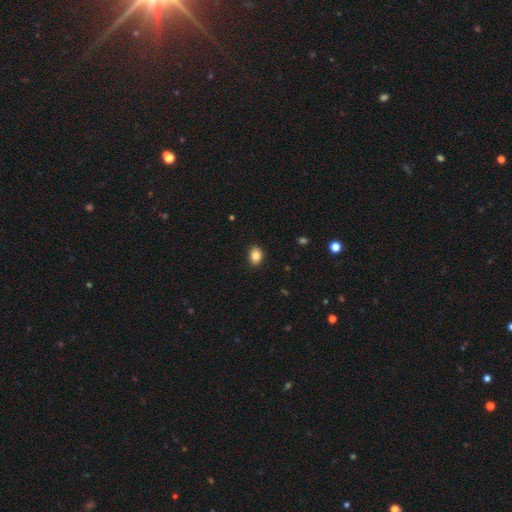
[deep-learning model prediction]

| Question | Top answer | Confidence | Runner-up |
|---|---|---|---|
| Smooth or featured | smooth | 86% | star or artifact (9%) |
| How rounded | in between | 65% | round (34%) |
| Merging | none | 88% | minor disturbance (9%) |